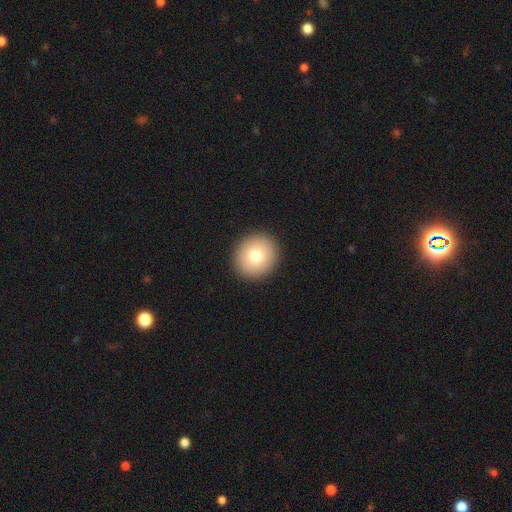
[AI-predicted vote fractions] smooth-or-featured: smooth: 78% | featured or disk: 13% | star or artifact: 9%
  how-rounded: round: 89% | in between: 10% | cigar-shaped: 1%
  merging: none: 92% | minor disturbance: 5% | major disturbance: 2% | merger: 1%